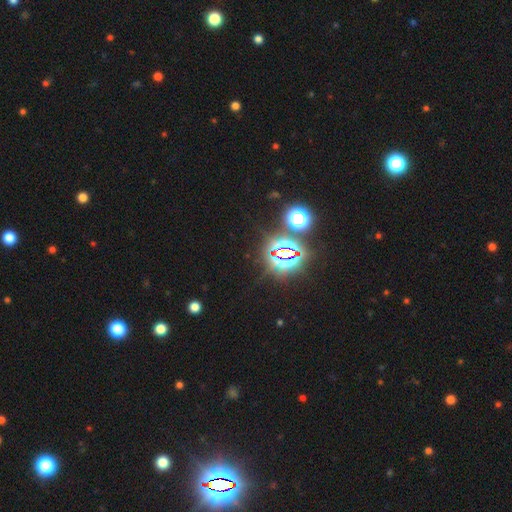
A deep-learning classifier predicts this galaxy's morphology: A star or artifact, not a galaxy (83%).

Vote fractions:
- Smooth or featured? star or artifact: 83% / smooth: 12% / featured or disk: 6%